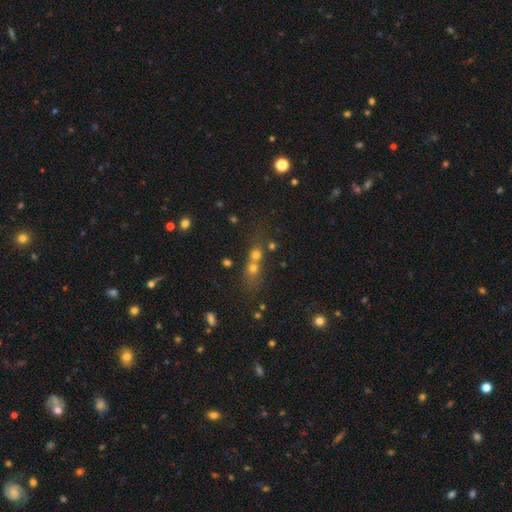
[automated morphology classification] The model was most divided on "merging": merger: 54%, none: 34%, minor disturbance: 7%, major disturbance: 5%. More confident: how rounded — round (67%); smooth or featured — smooth (53%).